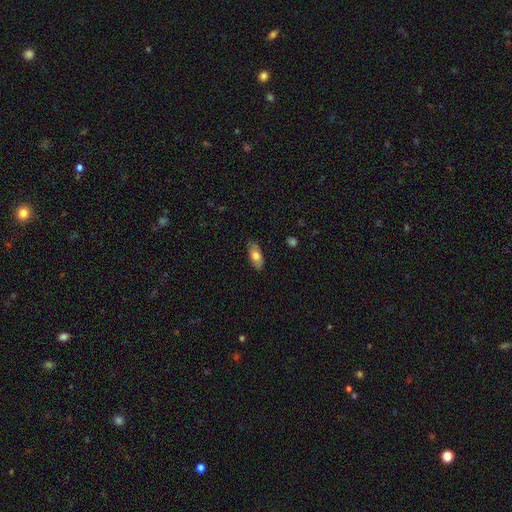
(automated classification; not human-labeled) Q: Smooth or featured?
A: smooth (71%); runner-up: featured or disk (23%)
Q: How rounded?
A: in between (86%); runner-up: cigar-shaped (11%)
Q: Merging?
A: none (83%); runner-up: minor disturbance (13%)